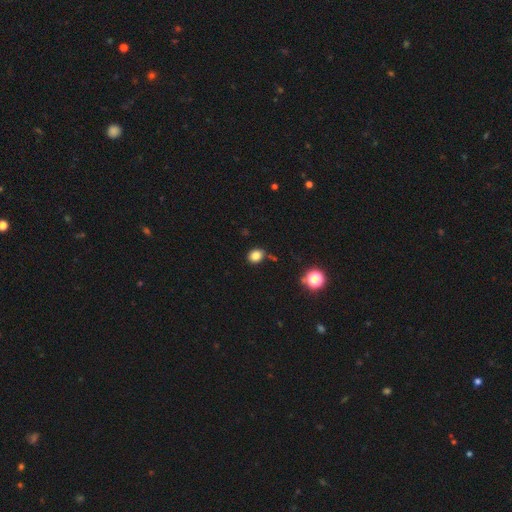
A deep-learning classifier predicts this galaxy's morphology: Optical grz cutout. It shows a smooth galaxy with no disk features (82%) that is round (59%). Merging: none (76%).